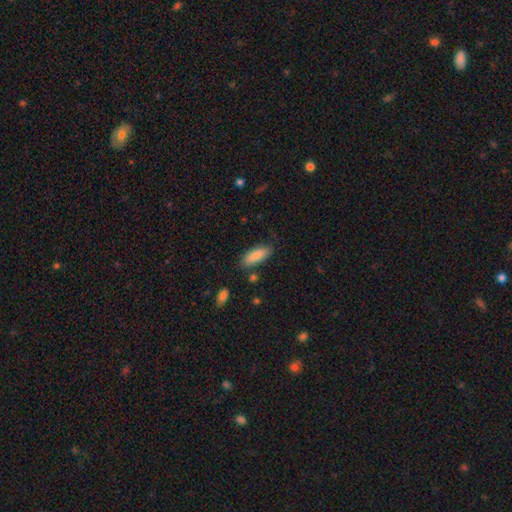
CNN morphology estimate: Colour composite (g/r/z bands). It shows a smooth galaxy with no disk features (86%) that is in between round and cigar-shaped (69%). Merging: none (78%).